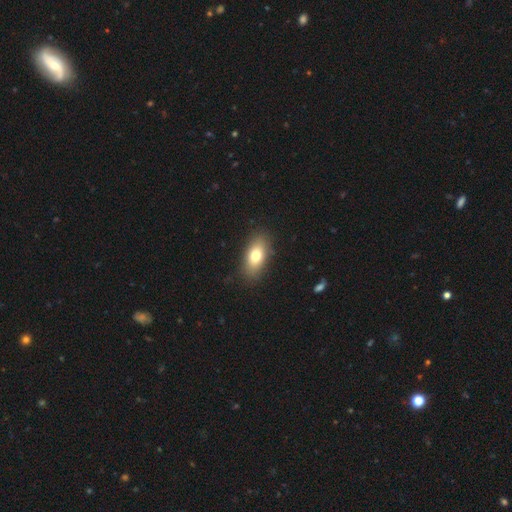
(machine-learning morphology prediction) Smooth or featured: smooth — 76% (featured or disk — 16%)
How rounded: in between — 86% (cigar-shaped — 8%)
Merging: none — 85% (minor disturbance — 11%)